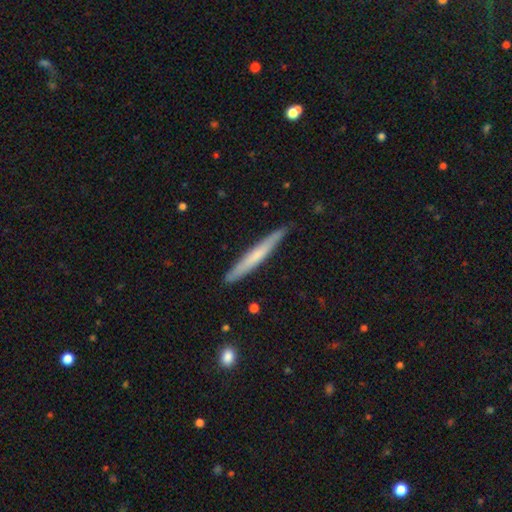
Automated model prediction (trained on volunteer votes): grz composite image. It shows a smooth galaxy with no disk features (56%) that is cigar-shaped (96%). Merging: none (87%).